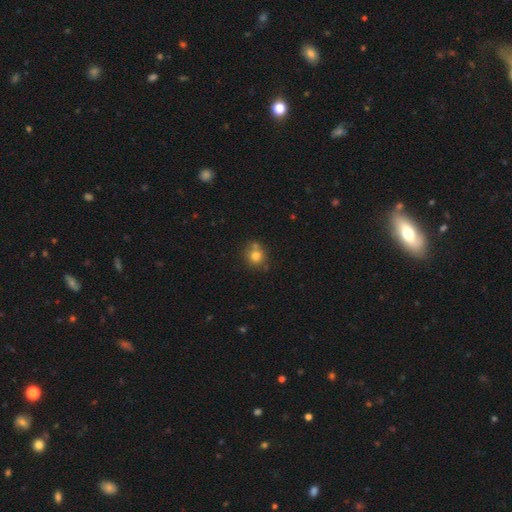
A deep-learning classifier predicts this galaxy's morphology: A smooth galaxy with no disk features (77%) that is round (86%).

Vote fractions:
- Smooth or featured? smooth: 77% / star or artifact: 12% / featured or disk: 11%
- How rounded? round: 86% / in between: 14% / cigar-shaped: 1%
- Merging? none: 66% / merger: 17% / minor disturbance: 13% / major disturbance: 4%